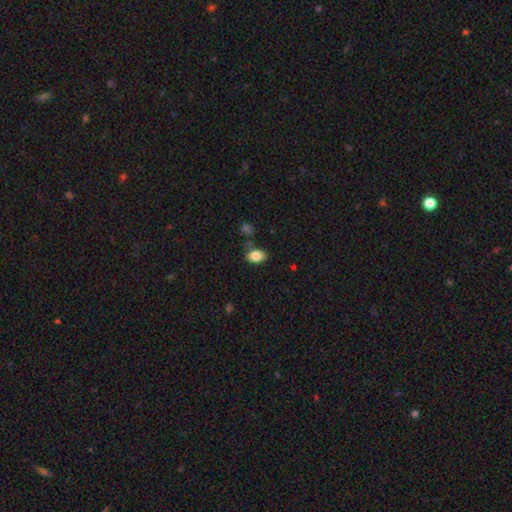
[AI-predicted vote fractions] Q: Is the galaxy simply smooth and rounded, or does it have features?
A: smooth — 84%.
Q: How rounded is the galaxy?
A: in between — 85%.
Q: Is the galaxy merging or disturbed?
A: none — 74%.